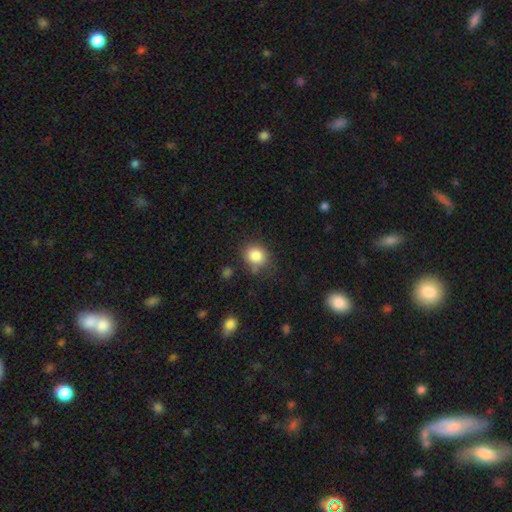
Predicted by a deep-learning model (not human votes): A smooth galaxy with no disk features (84%) that is round (69%). Merging: none (75%).